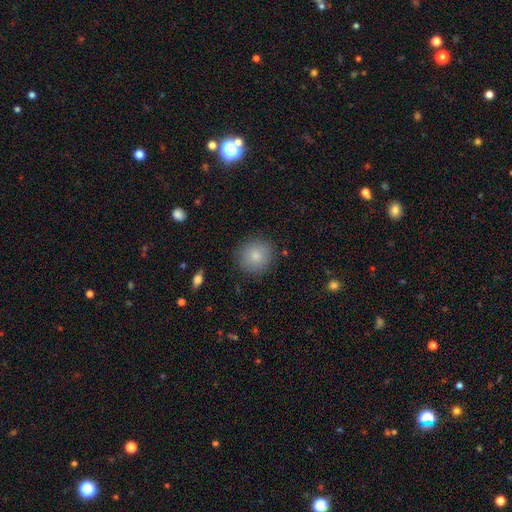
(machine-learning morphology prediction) smooth_or_featured: smooth (p=0.83) [alt: star or artifact p=0.09]
how_rounded: round (p=0.90) [alt: in between p=0.09]
merging: none (p=0.87) [alt: minor disturbance p=0.09]